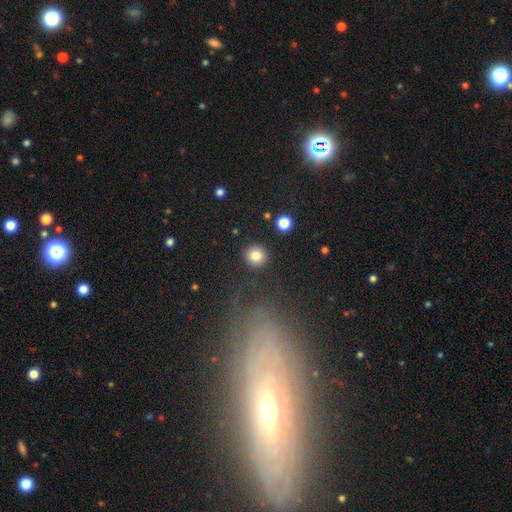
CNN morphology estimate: Smooth or featured? Predicted: smooth (p=0.84). How rounded? Predicted: round (p=0.92). Merging? Predicted: none (p=0.90).